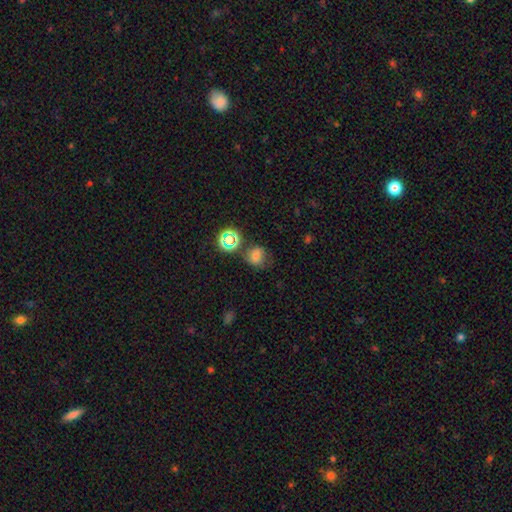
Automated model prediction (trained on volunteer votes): Overall: smooth (65%). How rounded: round (72%). Merging: none (59%; minor disturbance 22%).